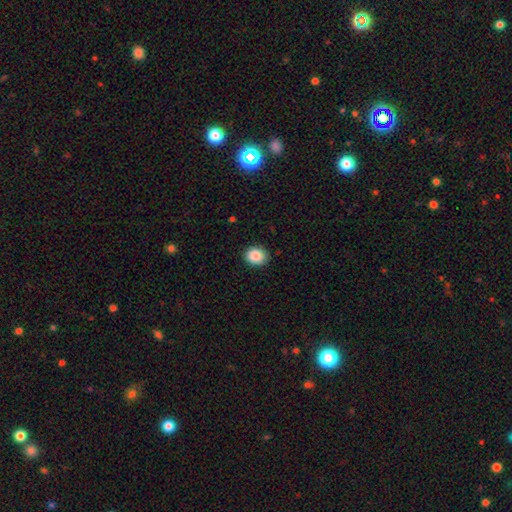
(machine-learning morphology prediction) Smooth or featured: smooth — 87% (star or artifact — 8%)
How rounded: round — 59% (in between — 40%)
Merging: none — 89% (minor disturbance — 8%)